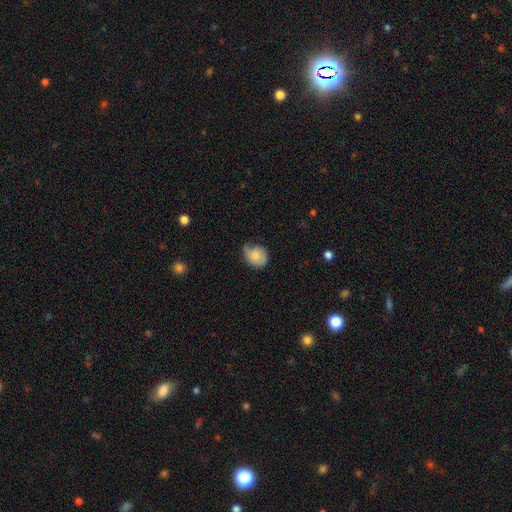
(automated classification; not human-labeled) A smooth galaxy with no disk features (68%) that is round (64%). Merging: minor disturbance (42%).